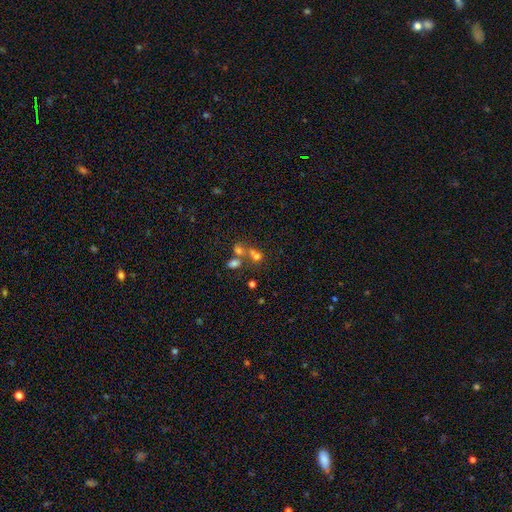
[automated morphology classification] Smooth or featured? smooth (59%)
How rounded? round (70%)
Merging? merger (49%)